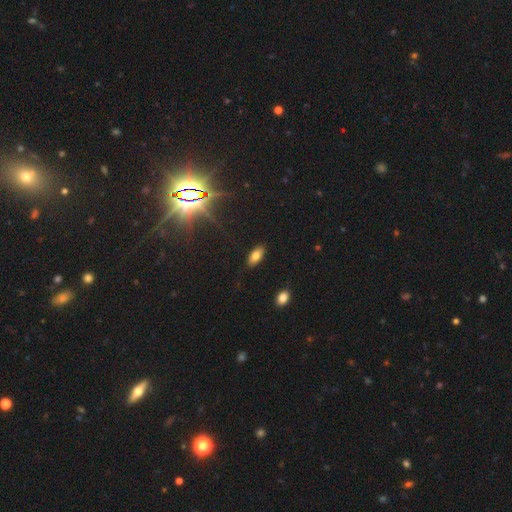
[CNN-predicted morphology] The model was most divided on "smooth or featured": smooth: 77%, featured or disk: 12%, star or artifact: 11%. More confident: how rounded — in between (88%); merging — none (87%).